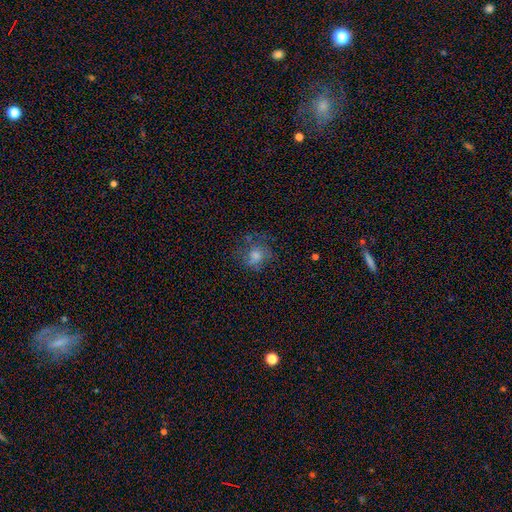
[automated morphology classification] smooth 51%, featured or disk 29%, star or artifact 20%. Down the decision tree: how rounded — round (75%); merging — none (61%).